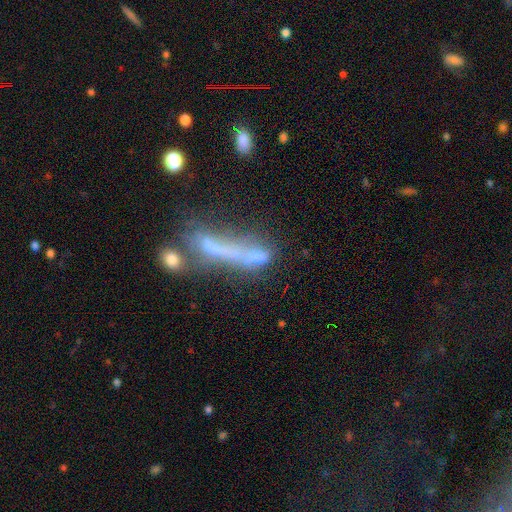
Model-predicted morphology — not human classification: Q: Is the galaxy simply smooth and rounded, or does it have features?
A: smooth — 46%.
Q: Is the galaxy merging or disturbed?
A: merger — 38%.